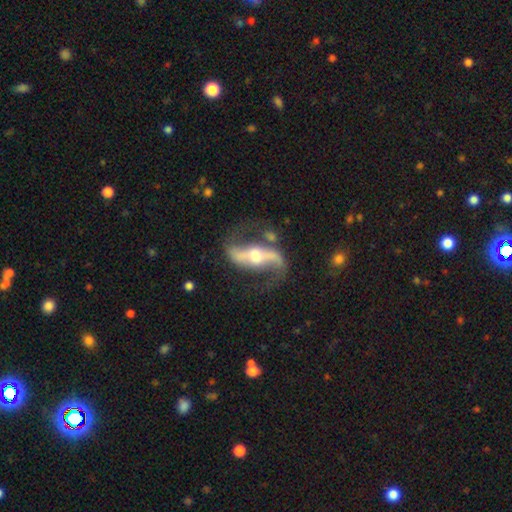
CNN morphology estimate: Smooth or featured?
  - featured or disk: 90% *
  - smooth: 6%
  - star or artifact: 5%
Edge-on disk?
  - no: 89% *
  - yes: 11%
Bar?
  - strong: 61% *
  - weak: 22%
  - no: 17%
Spiral arms?
  - yes: 95% *
  - no: 5%
Spiral winding?
  - loose: 62% *
  - medium: 31%
  - tight: 8%
Spiral arm count?
  - 2: 93% *
  - 1: 2%
  - can't tell: 2%
  - 3: 1%
  - 4: 1%
  - more than 4: 1%
Bulge size?
  - moderate: 63% *
  - small: 22%
  - large: 11%
  - none: 2%
  - dominant: 2%
Merging?
  - none: 72% *
  - minor disturbance: 14%
  - major disturbance: 10%
  - merger: 3%